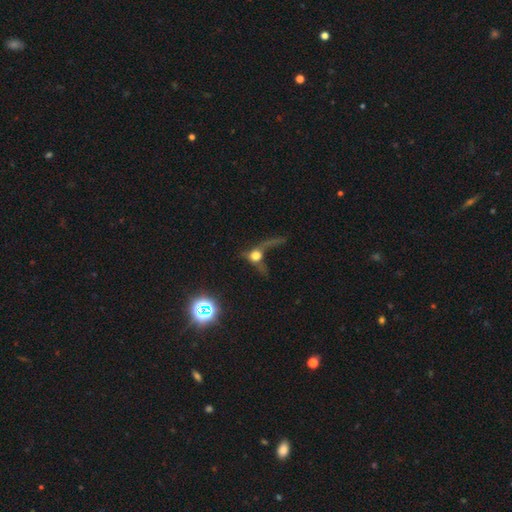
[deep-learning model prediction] smooth_or_featured: smooth (p=0.45) [alt: featured or disk p=0.33]
merging: major disturbance (p=0.50) [alt: none p=0.22]